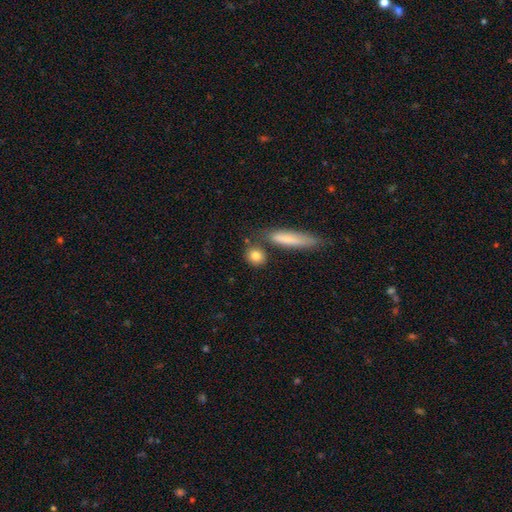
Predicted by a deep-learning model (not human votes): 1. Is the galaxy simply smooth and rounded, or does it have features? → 83% smooth, 10% featured or disk, 8% star or artifact.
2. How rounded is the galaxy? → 60% round, 28% in between, 12% cigar-shaped.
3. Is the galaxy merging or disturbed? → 72% none, 13% merger, 12% minor disturbance, 4% major disturbance.